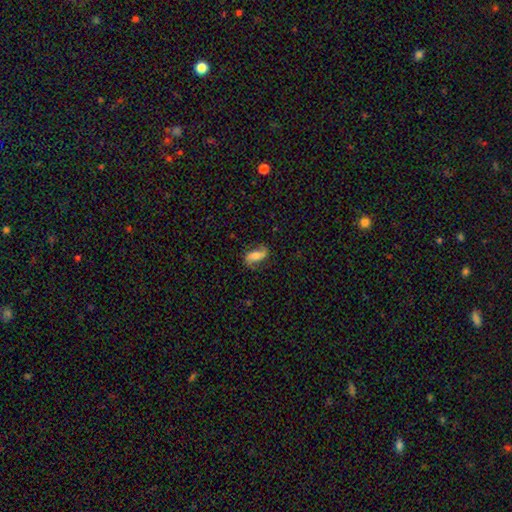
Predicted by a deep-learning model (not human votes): Overall: featured or disk (54%; smooth 38%). Edge-on disk: no (91%). Merging: none (74%).